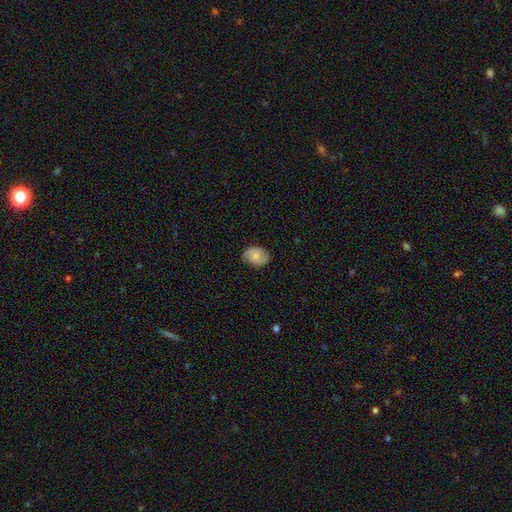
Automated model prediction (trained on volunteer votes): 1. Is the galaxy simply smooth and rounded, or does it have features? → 47% smooth, 45% featured or disk, 8% star or artifact.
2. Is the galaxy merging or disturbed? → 79% none, 17% minor disturbance, 4% major disturbance, 1% merger.